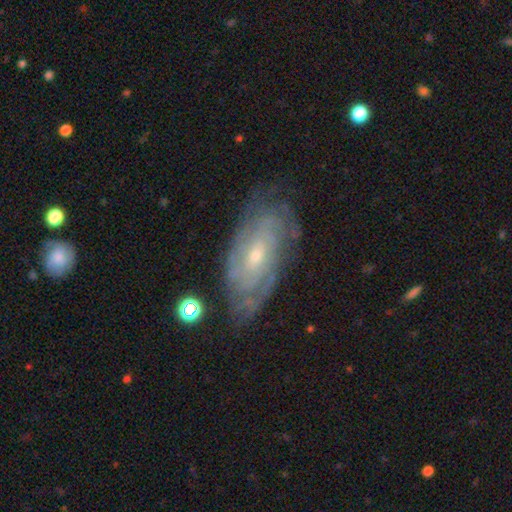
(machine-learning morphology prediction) A featured or disk galaxy (82%) with no bar (62%), tight (73%) spiral arms (93%) and a small central bulge (70%). Merging: none (72%).